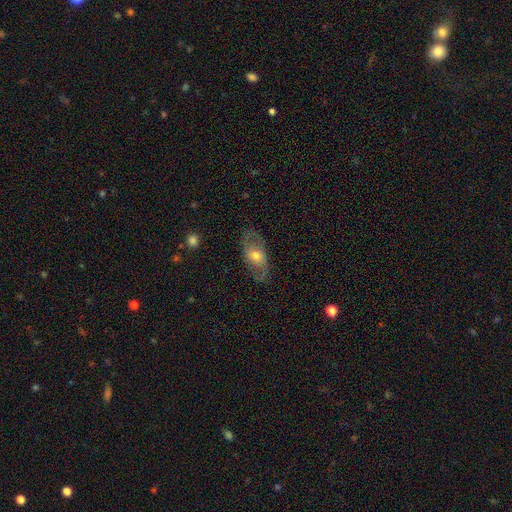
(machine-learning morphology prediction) Smooth or featured? featured or disk (57%)
Edge-on disk? no (86%)
Merging? none (75%)